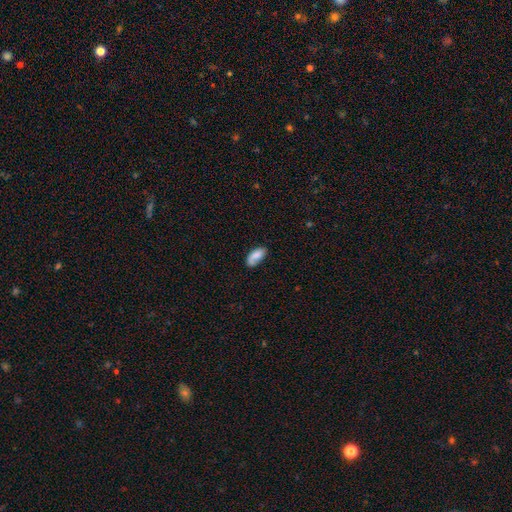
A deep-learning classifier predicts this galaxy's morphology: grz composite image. It shows a smooth galaxy with no disk features (73%) that is in between round and cigar-shaped (90%). Merging: none (60%).